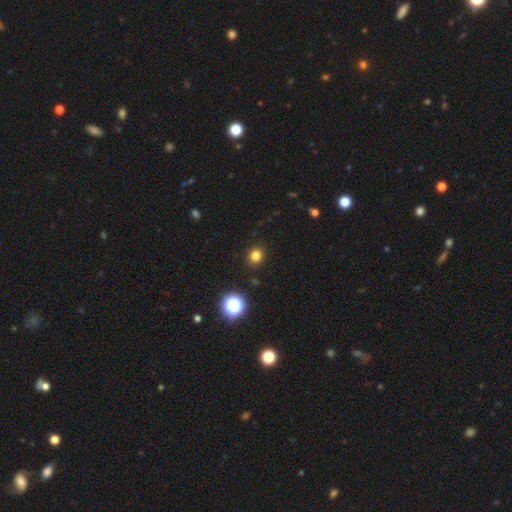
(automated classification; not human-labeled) This appears to be a smooth galaxy with no disk features (80%) that is round (73%). Merging: none (90%).